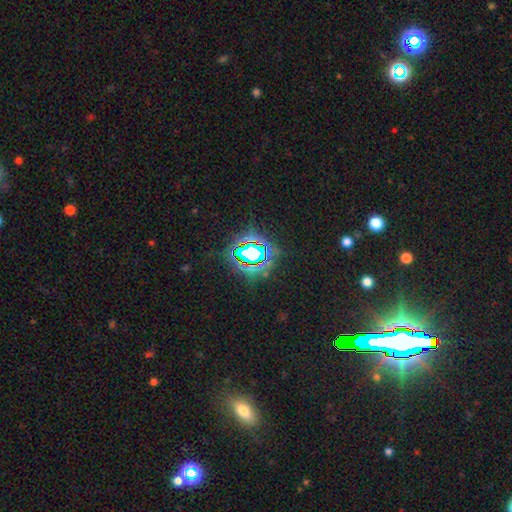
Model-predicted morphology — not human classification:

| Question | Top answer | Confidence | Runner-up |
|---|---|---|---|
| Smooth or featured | star or artifact | 79% | smooth (13%) |